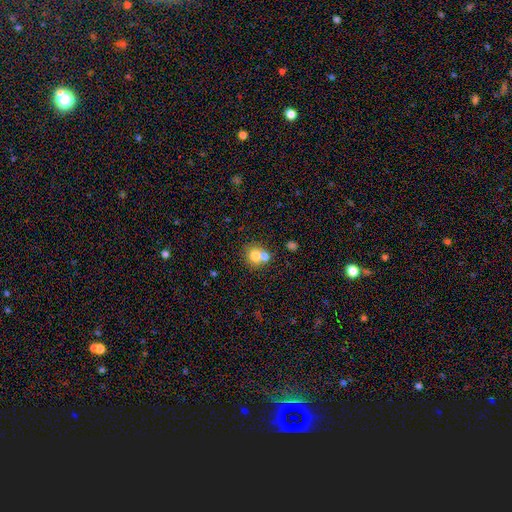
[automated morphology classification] Q: Smooth or featured?
A: smooth (74%); runner-up: featured or disk (15%)
Q: How rounded?
A: round (81%); runner-up: in between (18%)
Q: Merging?
A: none (45%); tied with: merger (45%)